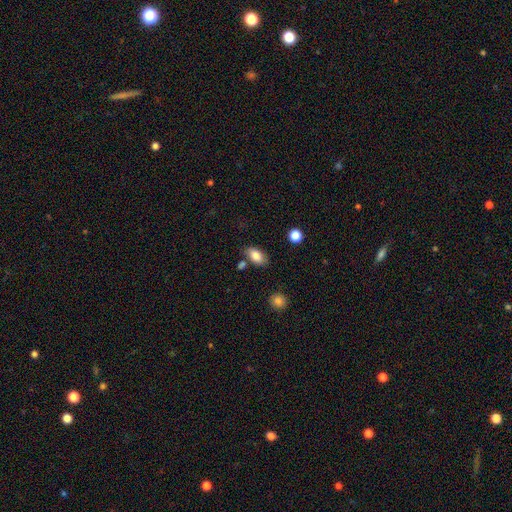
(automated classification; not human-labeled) smooth_or_featured: smooth (p=0.83) [alt: featured or disk p=0.09]
how_rounded: in between (p=0.91) [alt: round p=0.07]
merging: none (p=0.75) [alt: minor disturbance p=0.15]